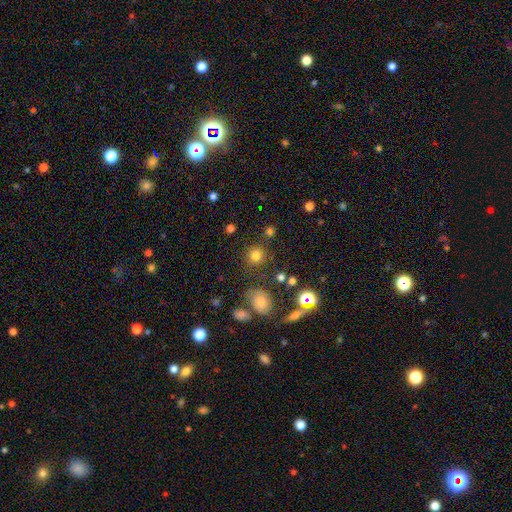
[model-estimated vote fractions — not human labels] Smooth or featured? Predicted: smooth (p=0.77). How rounded? Predicted: round (p=0.89). Merging? Predicted: none (p=0.82).